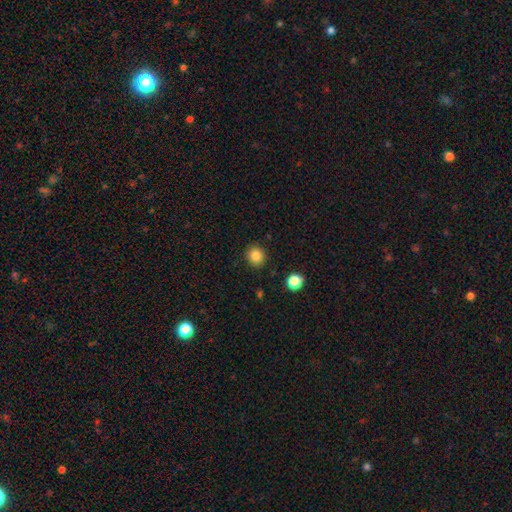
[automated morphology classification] A smooth galaxy with no disk features (85%) that is round (85%).

Vote fractions:
- Smooth or featured? smooth: 85% / star or artifact: 11% / featured or disk: 4%
- How rounded? round: 85% / in between: 14% / cigar-shaped: 1%
- Merging? none: 89% / minor disturbance: 7% / major disturbance: 2% / merger: 1%